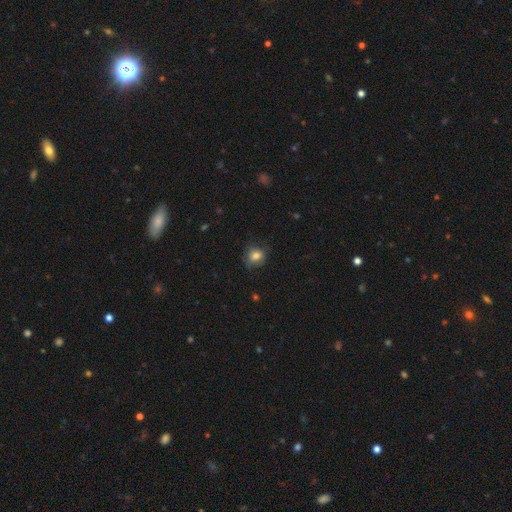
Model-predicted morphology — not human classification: smooth 77%, featured or disk 13%, star or artifact 10%. Down the decision tree: how rounded — round (69%); merging — none (65%).